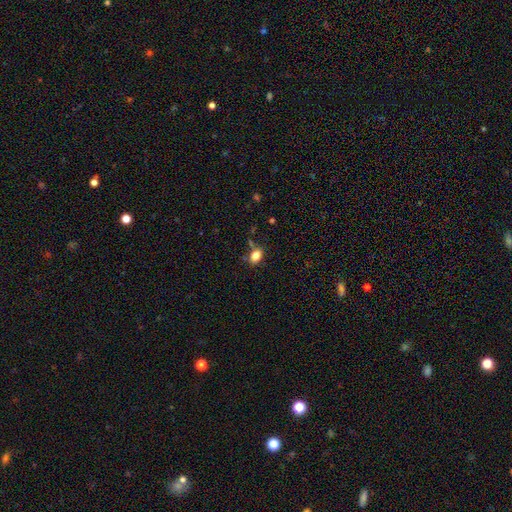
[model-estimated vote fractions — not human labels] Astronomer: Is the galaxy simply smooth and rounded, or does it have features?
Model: smooth — 82%.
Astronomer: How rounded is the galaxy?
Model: in between — 81%.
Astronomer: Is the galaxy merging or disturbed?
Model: none — 73%.